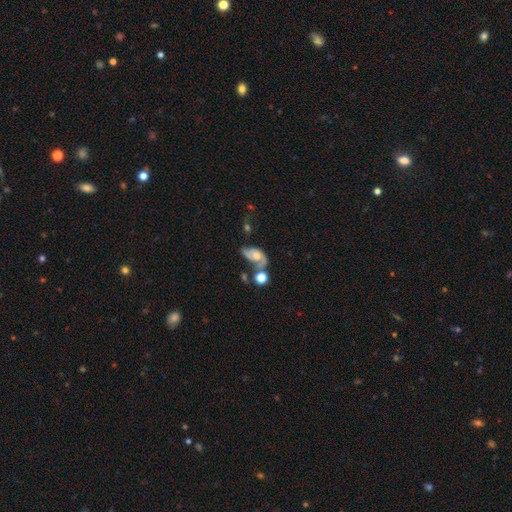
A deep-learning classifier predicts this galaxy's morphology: Smooth or featured? featured or disk (62%)
Edge-on disk? no (95%)
Bar? no (77%)
Spiral arms? yes (79%)
Bulge size? moderate (62%)
Merging? none (29%)